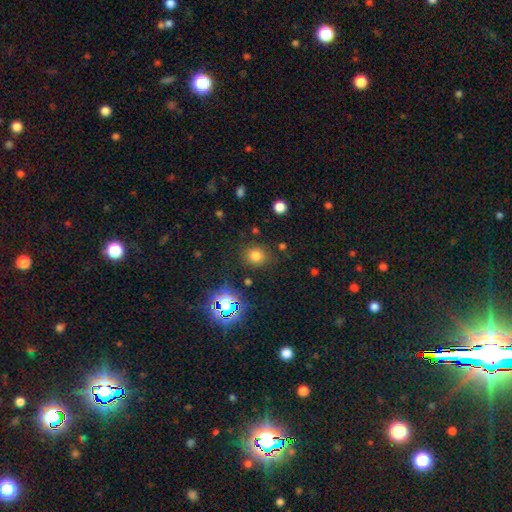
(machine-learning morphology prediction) smooth_or_featured: smooth (p=0.72) [alt: star or artifact p=0.21]
how_rounded: round (p=0.74) [alt: in between p=0.25]
merging: none (p=0.82) [alt: minor disturbance p=0.11]